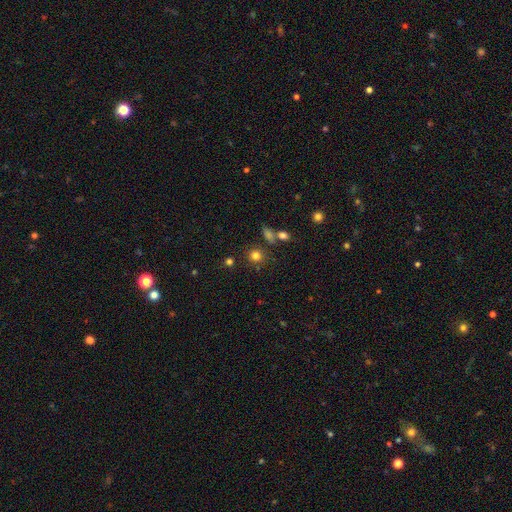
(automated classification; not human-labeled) Q: Smooth or featured?
A: smooth (78%); runner-up: star or artifact (15%)
Q: How rounded?
A: round (84%); runner-up: in between (14%)
Q: Merging?
A: none (78%); runner-up: minor disturbance (9%)